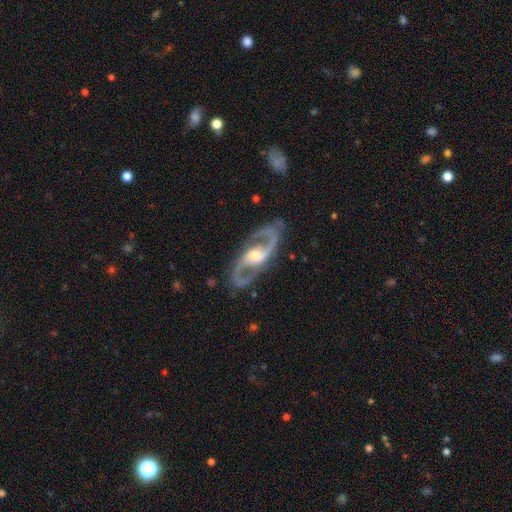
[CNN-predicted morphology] This appears to be a featured or disk galaxy (93%) with a weak bar (41%), 2 (94%) medium (63%) spiral arms (98%) and a moderate central bulge (65%). Merging: none (84%).